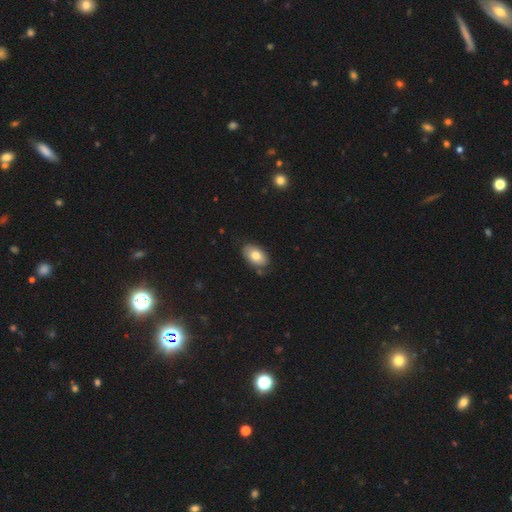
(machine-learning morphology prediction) Smooth or featured? Predicted: smooth (p=0.79). How rounded? Predicted: in between (p=0.92). Merging? Predicted: none (p=0.78).